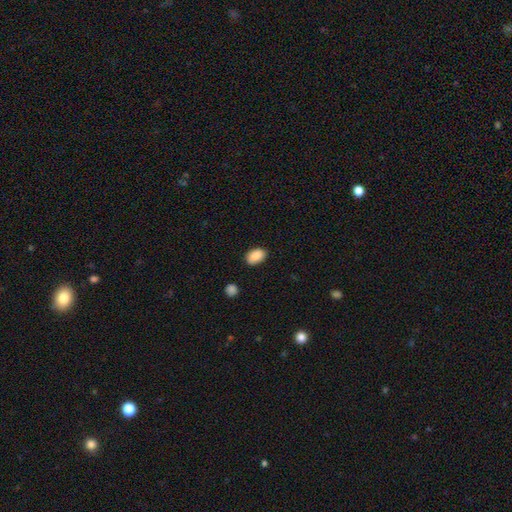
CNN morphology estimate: type=smooth (89%); roundness=in between (89%); merging=none (83%).